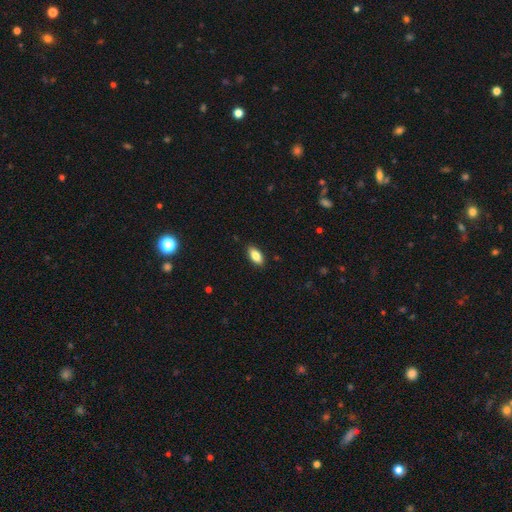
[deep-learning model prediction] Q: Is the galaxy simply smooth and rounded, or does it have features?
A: smooth — 83%.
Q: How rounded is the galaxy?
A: in between — 88%.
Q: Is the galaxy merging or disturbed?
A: none — 88%.